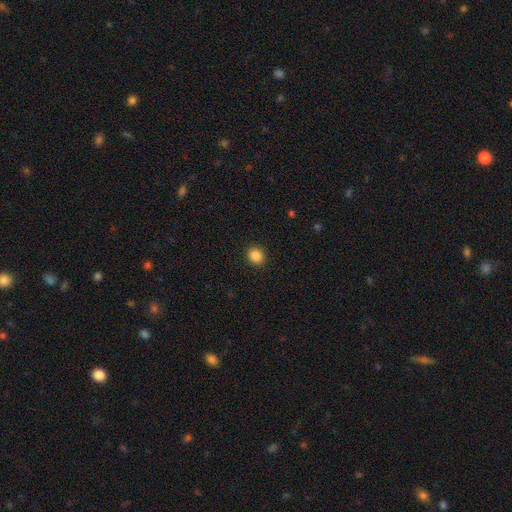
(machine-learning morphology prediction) smooth 86%, star or artifact 11%, featured or disk 3%. Down the decision tree: how rounded — round (85%); merging — none (92%).